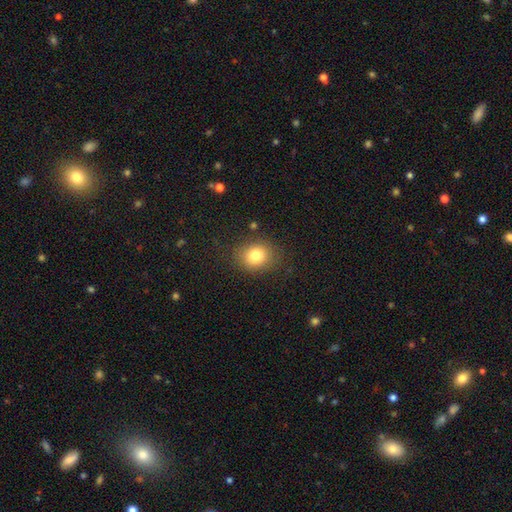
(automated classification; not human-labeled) Smooth or featured?
  - smooth: 79% *
  - star or artifact: 11%
  - featured or disk: 9%
How rounded?
  - round: 64% *
  - in between: 35%
  - cigar-shaped: 1%
Merging?
  - none: 83% *
  - minor disturbance: 11%
  - major disturbance: 4%
  - merger: 2%